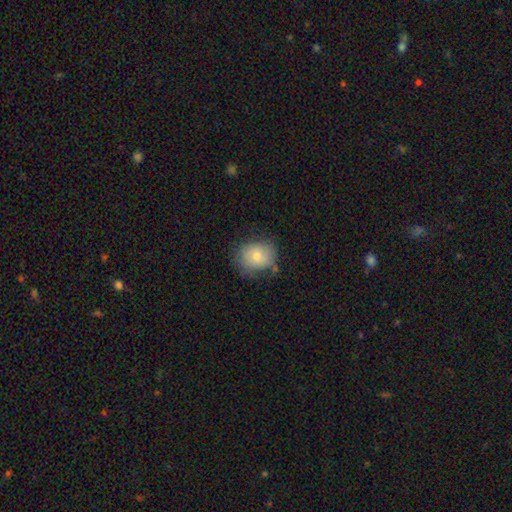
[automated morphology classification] type=smooth (78%); roundness=round (62%); merging=none (65%).